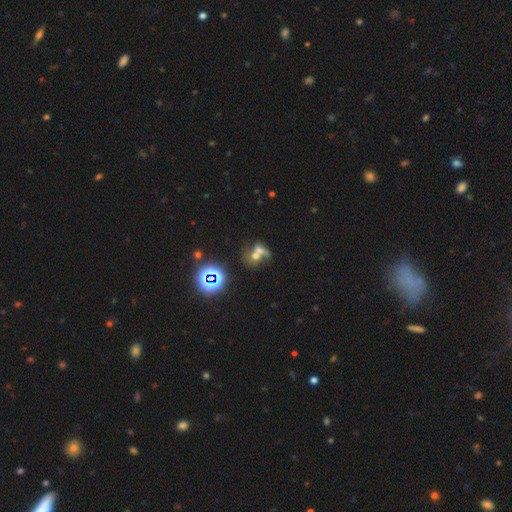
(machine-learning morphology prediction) Smooth or featured?
  - smooth: 43% *
  - featured or disk: 30%
  - star or artifact: 27%
Merging?
  - merger: 68% *
  - none: 19%
  - major disturbance: 7%
  - minor disturbance: 6%